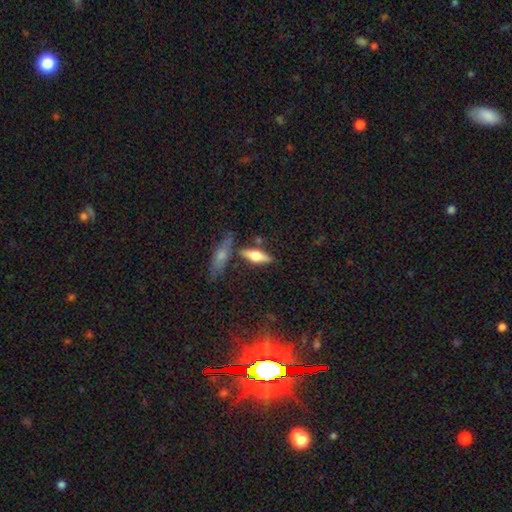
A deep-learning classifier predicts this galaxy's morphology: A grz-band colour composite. It shows a smooth galaxy with no disk features (50%) that is in between round and cigar-shaped (49%). Merging: none (70%).